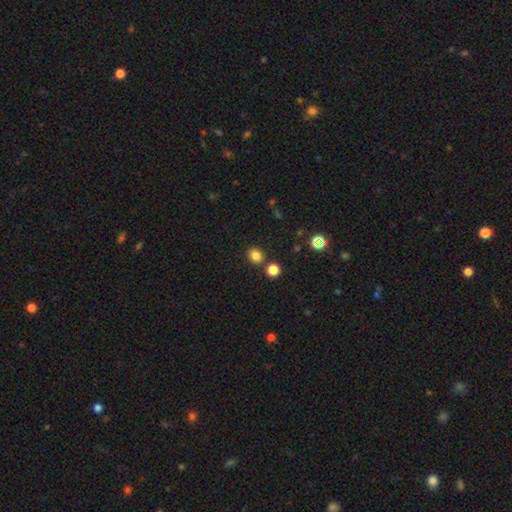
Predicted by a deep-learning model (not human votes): Smooth or featured? Predicted: smooth (p=0.82). How rounded? Predicted: round (p=0.62). Merging? Predicted: none (p=0.79).